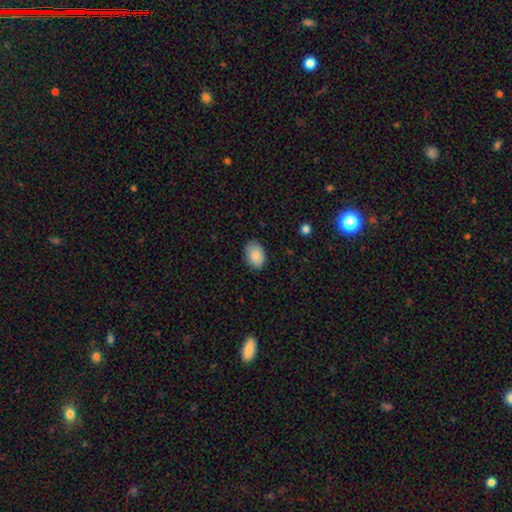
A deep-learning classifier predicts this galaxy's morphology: smooth-or-featured: smooth: 88% | star or artifact: 7% | featured or disk: 5%
  how-rounded: in between: 85% | round: 14% | cigar-shaped: 1%
  merging: none: 83% | minor disturbance: 13% | major disturbance: 3% | merger: 1%